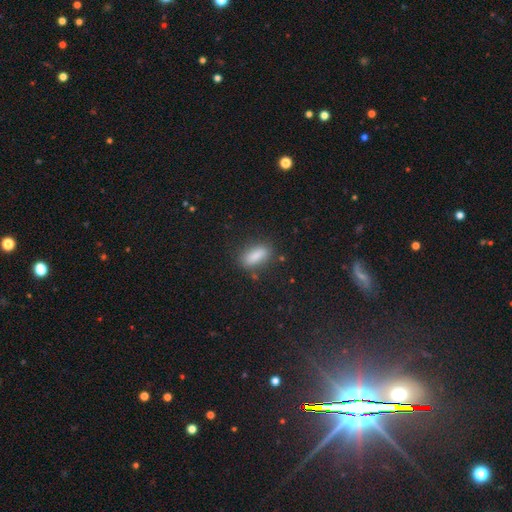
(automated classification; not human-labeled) Morphology: type=smooth (84%); roundness=in between (71%); merging=none (81%).